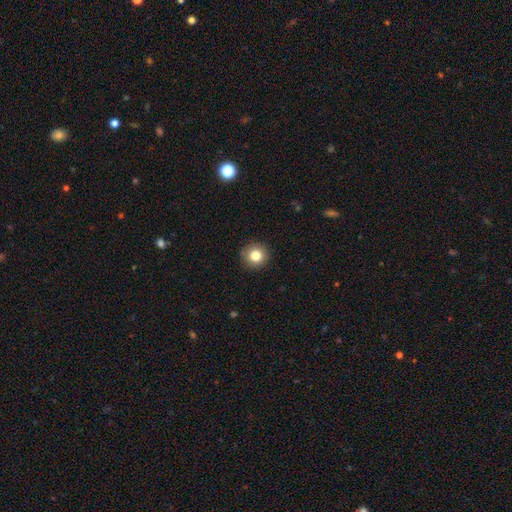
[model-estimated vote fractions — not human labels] smooth-or-featured: smooth: 82% | star or artifact: 11% | featured or disk: 8%
  how-rounded: round: 94% | in between: 5% | cigar-shaped: 1%
  merging: none: 91% | minor disturbance: 6% | major disturbance: 2% | merger: 1%